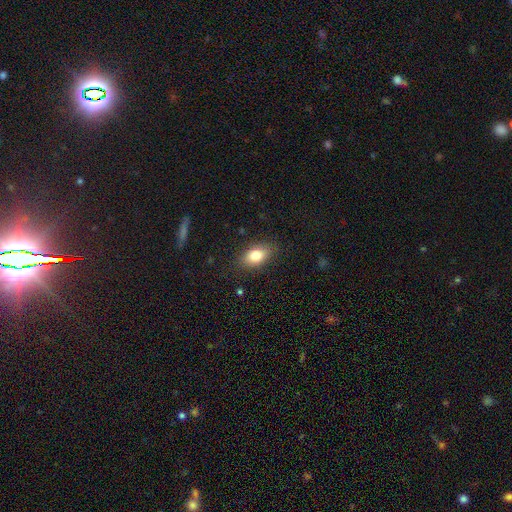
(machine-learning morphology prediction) This appears to be a smooth galaxy with no disk features (81%) that is in between round and cigar-shaped (87%). Merging: none (85%).